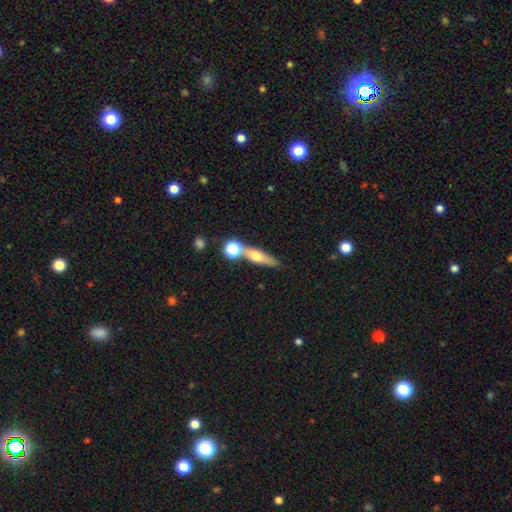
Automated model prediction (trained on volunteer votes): smooth 54%, featured or disk 37%, star or artifact 10%. Down the decision tree: how rounded — cigar-shaped (60%); merging — none (57%).